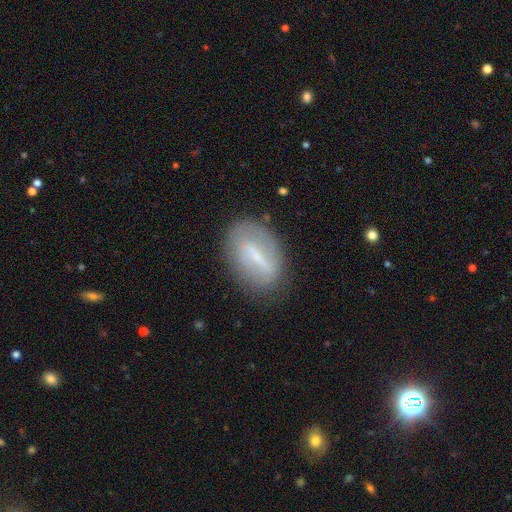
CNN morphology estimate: This appears to be a featured or disk galaxy (58%). Merging: none (77%).